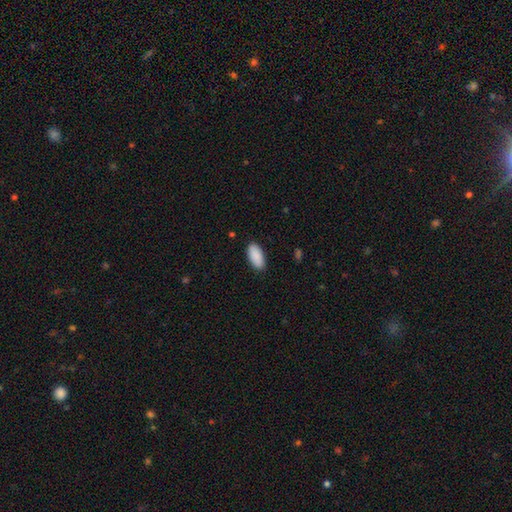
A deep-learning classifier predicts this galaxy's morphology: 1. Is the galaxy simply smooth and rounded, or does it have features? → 91% smooth, 6% star or artifact, 3% featured or disk.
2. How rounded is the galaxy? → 93% in between, 6% cigar-shaped, 2% round.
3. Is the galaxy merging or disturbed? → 88% none, 9% minor disturbance, 2% major disturbance, 1% merger.